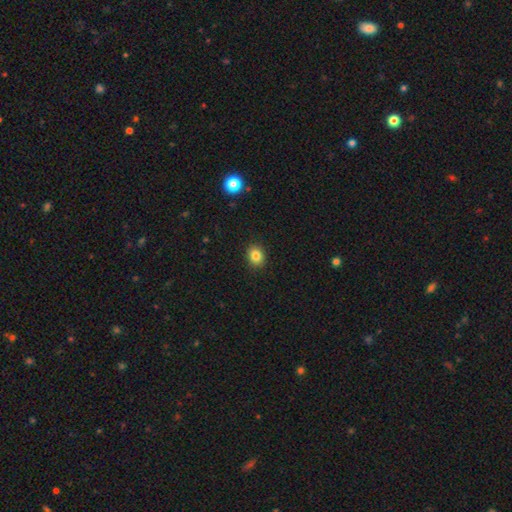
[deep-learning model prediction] This is clearly a smooth galaxy (84%). How rounded: possibly round (57%). Merging: clearly none (90%).